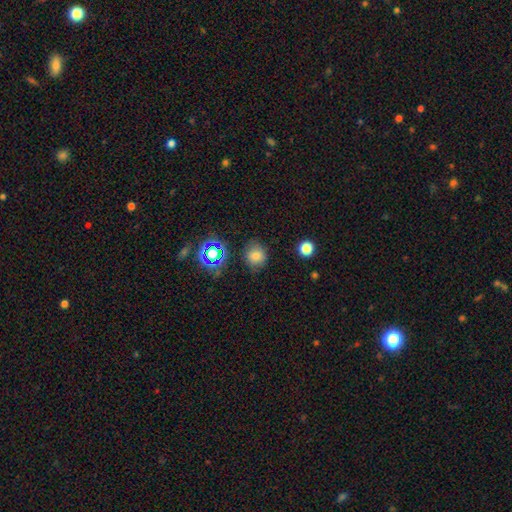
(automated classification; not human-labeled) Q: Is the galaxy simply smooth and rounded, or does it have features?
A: smooth — 75%.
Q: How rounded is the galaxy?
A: round — 84%.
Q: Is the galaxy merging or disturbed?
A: none — 80%.